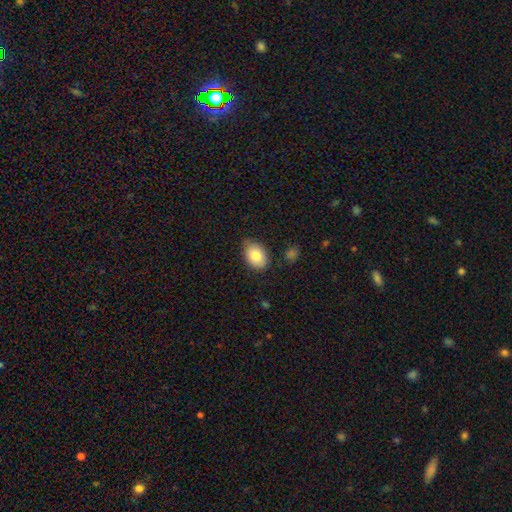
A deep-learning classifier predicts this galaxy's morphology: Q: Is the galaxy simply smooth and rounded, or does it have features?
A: smooth — 84%.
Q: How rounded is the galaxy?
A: in between — 83%.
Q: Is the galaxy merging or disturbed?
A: none — 70%.